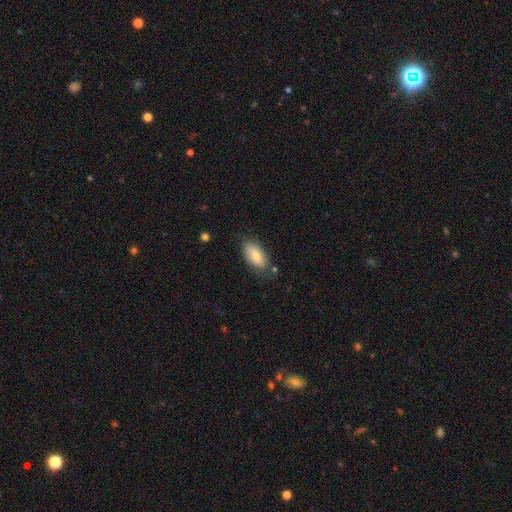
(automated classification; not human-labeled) smooth 71%, featured or disk 23%, star or artifact 7%. Down the decision tree: how rounded — in between (91%); merging — none (73%).